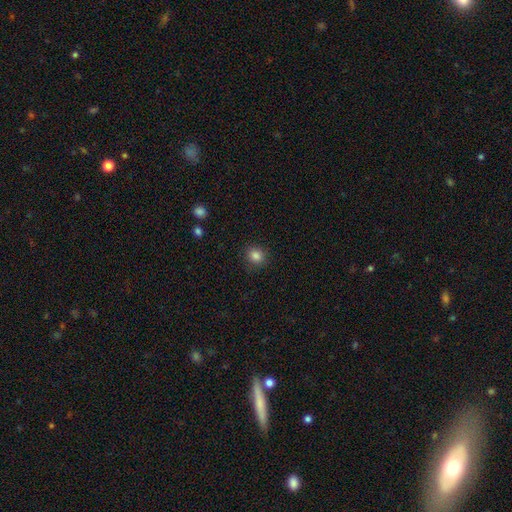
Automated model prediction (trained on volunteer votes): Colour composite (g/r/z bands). It shows a smooth galaxy with no disk features (85%) that is round (82%). Merging: none (88%).